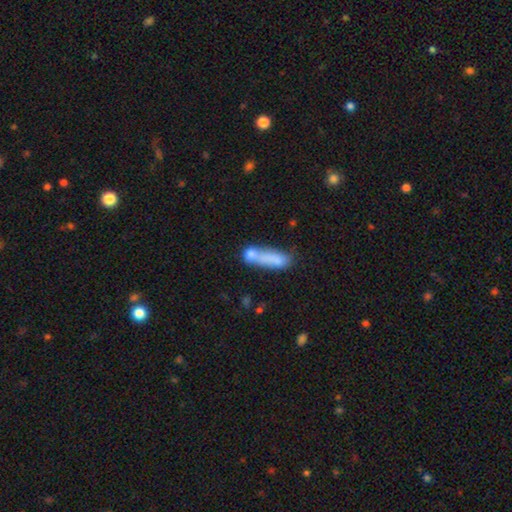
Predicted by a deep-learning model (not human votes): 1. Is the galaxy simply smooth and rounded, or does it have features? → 73% smooth, 18% featured or disk, 9% star or artifact.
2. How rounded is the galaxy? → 51% cigar-shaped, 42% in between, 7% round.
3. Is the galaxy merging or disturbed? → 46% merger, 28% none, 15% minor disturbance, 11% major disturbance.